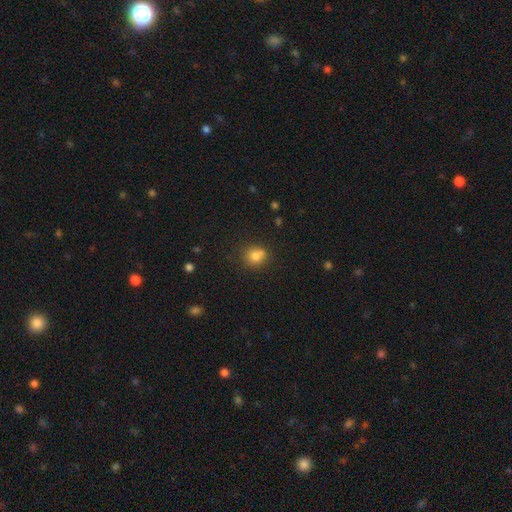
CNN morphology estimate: smooth-or-featured: smooth: 77% | star or artifact: 12% | featured or disk: 11%
  how-rounded: round: 77% | in between: 22% | cigar-shaped: 1%
  merging: none: 56% | merger: 25% | minor disturbance: 15% | major disturbance: 5%